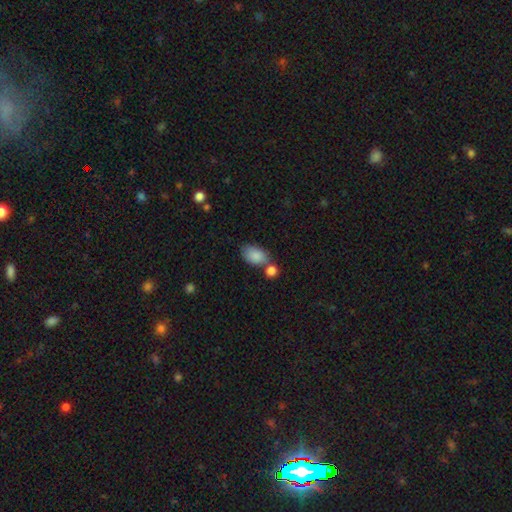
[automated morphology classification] type=smooth (86%); roundness=in between (90%); merging=none (51%).